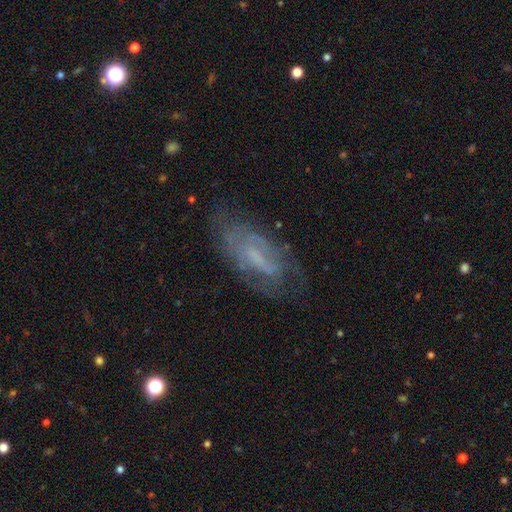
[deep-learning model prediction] A featured or disk galaxy (62%) with a weak bar (44%), spiral arms (68%) and no central bulge (39%). Merging: none (62%).